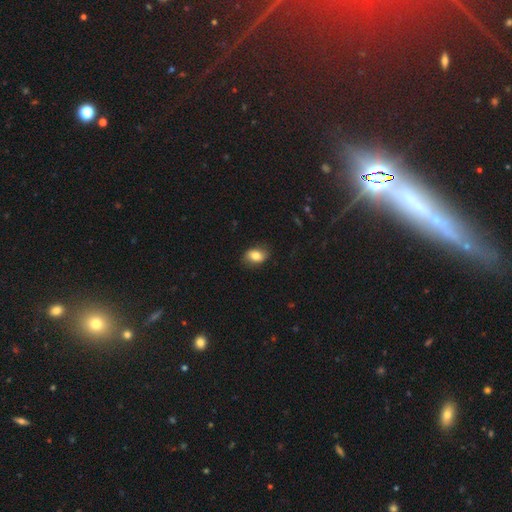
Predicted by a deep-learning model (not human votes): A smooth galaxy with no disk features (78%) that is in between round and cigar-shaped (77%). Merging: none (81%).